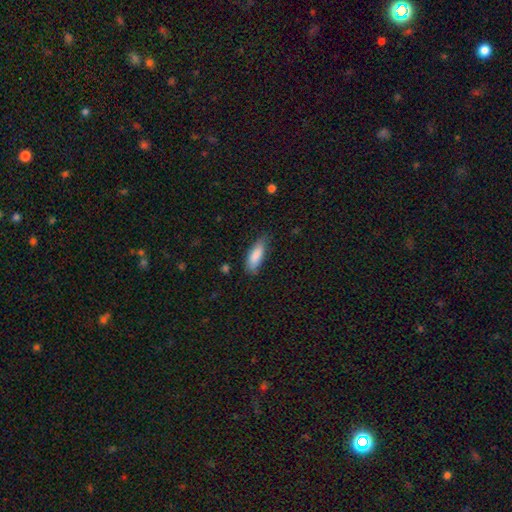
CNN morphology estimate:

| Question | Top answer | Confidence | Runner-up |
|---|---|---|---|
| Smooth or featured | smooth | 86% | featured or disk (8%) |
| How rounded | in between | 66% | cigar-shaped (32%) |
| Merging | none | 69% | minor disturbance (24%) |